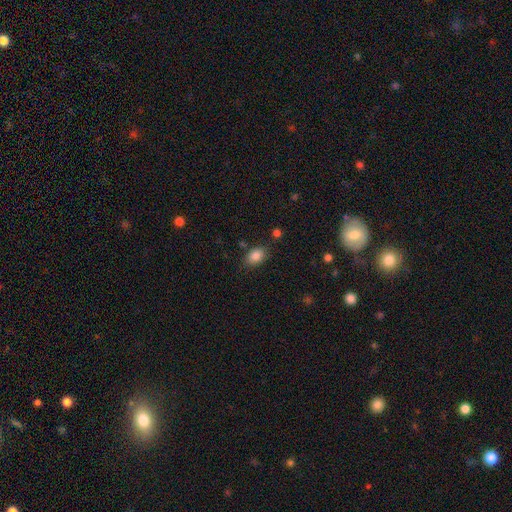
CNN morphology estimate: Q: Smooth or featured?
A: smooth (85%); runner-up: star or artifact (9%)
Q: How rounded?
A: in between (80%); runner-up: round (18%)
Q: Merging?
A: none (79%); runner-up: minor disturbance (14%)